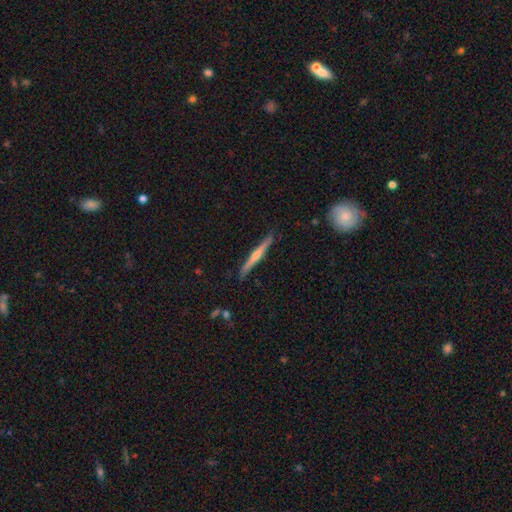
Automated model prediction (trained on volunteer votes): This appears to be a featured or disk galaxy (69%) viewed edge-on (98%) with a rounded central bulge (82%). Merging: none (89%).